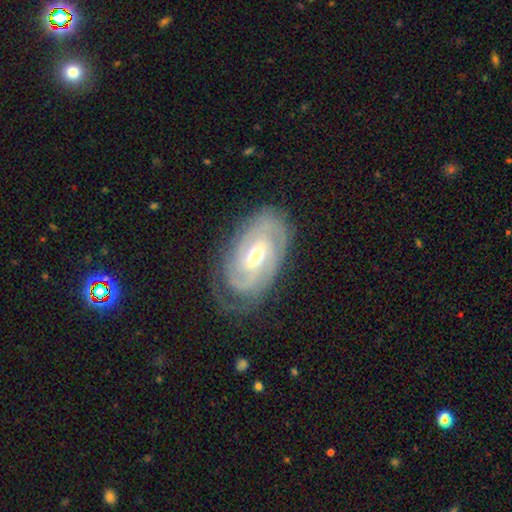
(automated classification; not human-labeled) Smooth or featured?
  - featured or disk: 86% *
  - smooth: 9%
  - star or artifact: 5%
Edge-on disk?
  - no: 95% *
  - yes: 5%
Bar?
  - weak: 49% *
  - no: 26%
  - strong: 25%
Spiral arms?
  - yes: 96% *
  - no: 4%
Spiral winding?
  - tight: 71% *
  - medium: 24%
  - loose: 5%
Spiral arm count?
  - 2: 40% *
  - can't tell: 26%
  - 3: 20%
  - 4: 6%
  - 1: 4%
  - more than 4: 4%
Bulge size?
  - moderate: 63% *
  - small: 31%
  - large: 3%
  - none: 1%
  - dominant: 1%
Merging?
  - none: 76% *
  - minor disturbance: 18%
  - major disturbance: 6%
  - merger: 1%